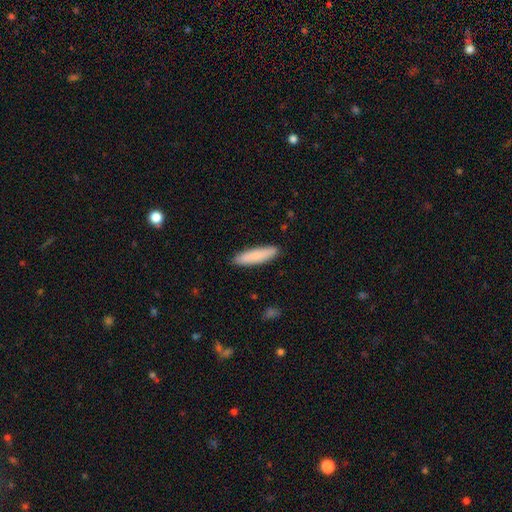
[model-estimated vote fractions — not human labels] Overall: smooth (82%). How rounded: cigar-shaped (75%). Merging: none (89%).